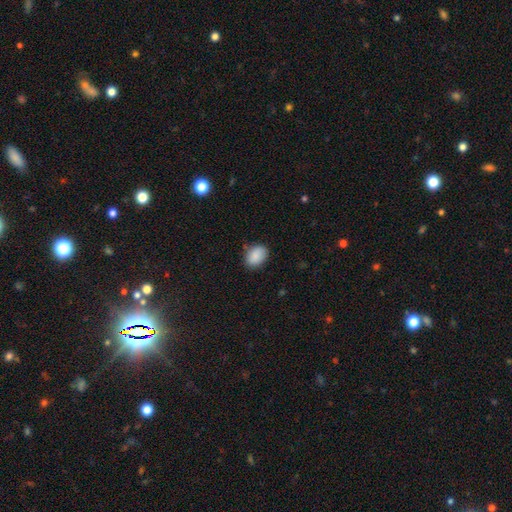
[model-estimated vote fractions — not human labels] This is clearly a smooth galaxy (89%). How rounded: likely in between (79%). Merging: clearly none (83%).